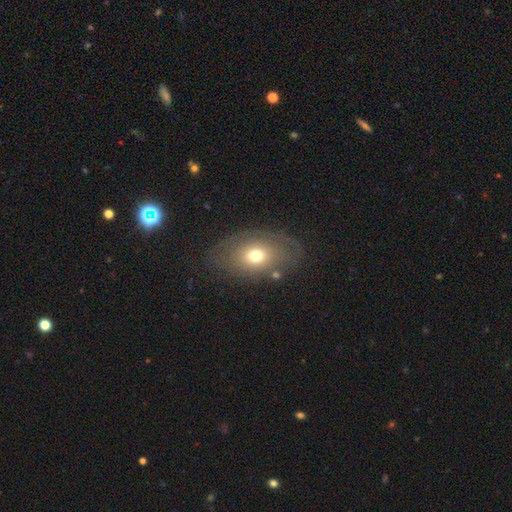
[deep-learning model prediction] The model was most divided on "smooth or featured": smooth: 63%, featured or disk: 26%, star or artifact: 11%. More confident: how rounded — in between (78%); merging — none (73%).